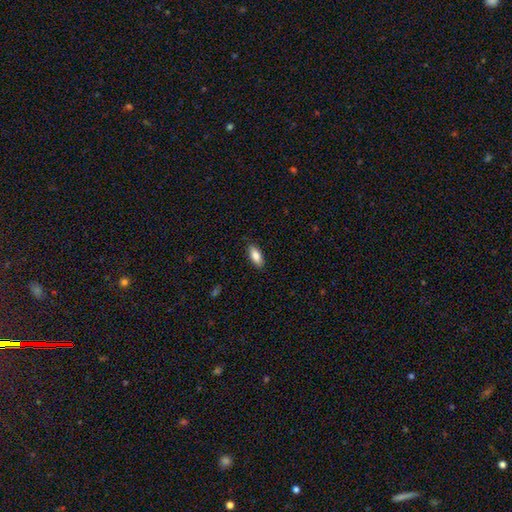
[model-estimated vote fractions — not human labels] Smooth or featured? Predicted: smooth (p=0.84). How rounded? Predicted: in between (p=0.83). Merging? Predicted: none (p=0.87).